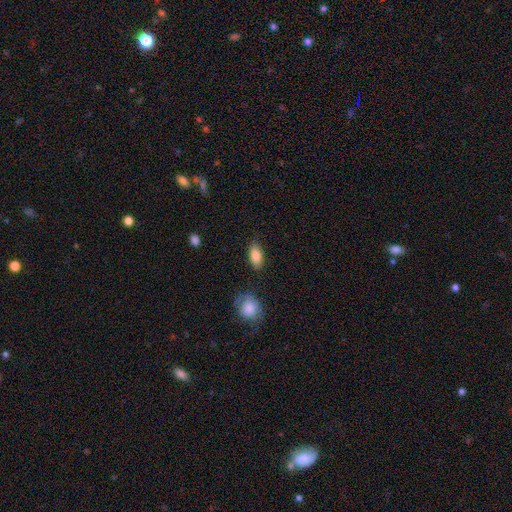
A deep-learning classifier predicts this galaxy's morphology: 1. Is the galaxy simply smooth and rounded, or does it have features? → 84% smooth, 9% featured or disk, 7% star or artifact.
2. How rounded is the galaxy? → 89% in between, 6% cigar-shaped, 5% round.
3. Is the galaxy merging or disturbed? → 83% none, 12% minor disturbance, 3% major disturbance, 2% merger.